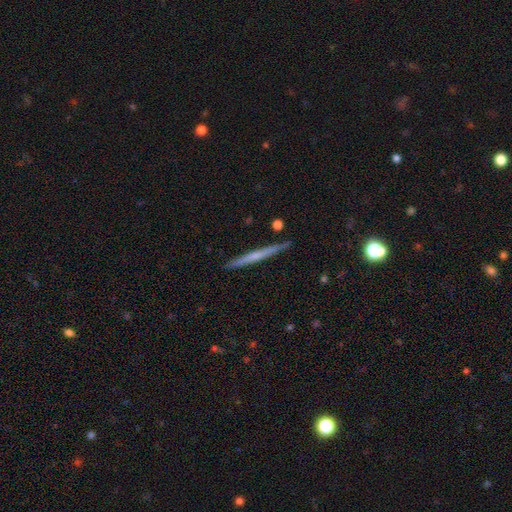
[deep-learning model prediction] A featured or disk galaxy (54%) viewed edge-on (97%) with no central bulge (68%). Merging: none (90%).